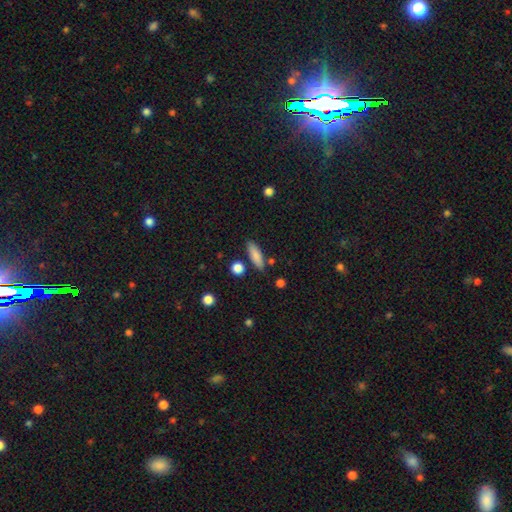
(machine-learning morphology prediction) The model was most divided on "how rounded": in between: 49%, cigar-shaped: 47%, round: 3%. More confident: smooth or featured — smooth (83%); merging — none (79%).